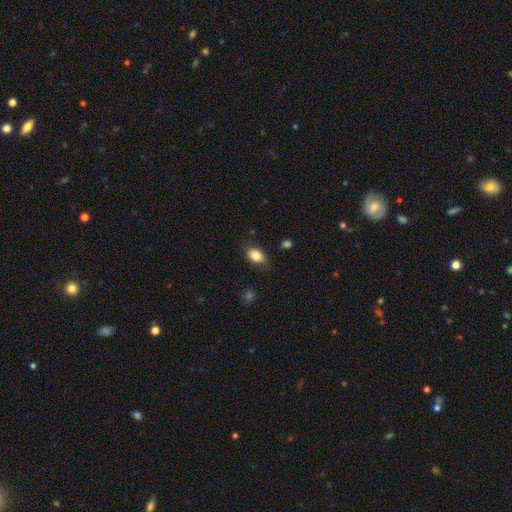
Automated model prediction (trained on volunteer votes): Smooth or featured? Predicted: smooth (p=0.85). How rounded? Predicted: in between (p=0.84). Merging? Predicted: none (p=0.82).